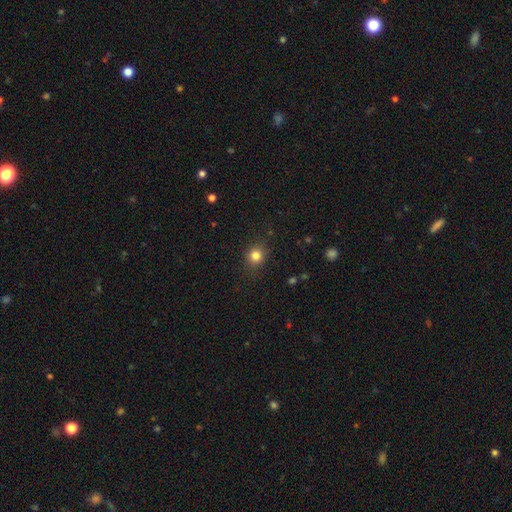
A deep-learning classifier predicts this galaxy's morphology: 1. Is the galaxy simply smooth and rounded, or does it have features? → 82% smooth, 12% star or artifact, 6% featured or disk.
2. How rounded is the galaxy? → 80% round, 19% in between, 1% cigar-shaped.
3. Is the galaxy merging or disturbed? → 86% none, 10% minor disturbance, 3% major disturbance, 1% merger.